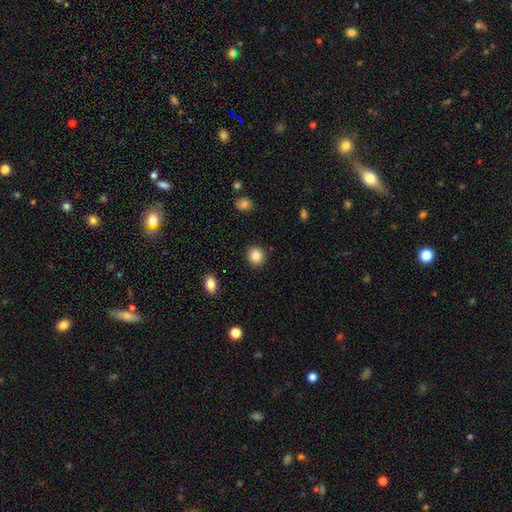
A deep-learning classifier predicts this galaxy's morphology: A smooth galaxy with no disk features (85%) that is round (85%). Merging: none (91%).